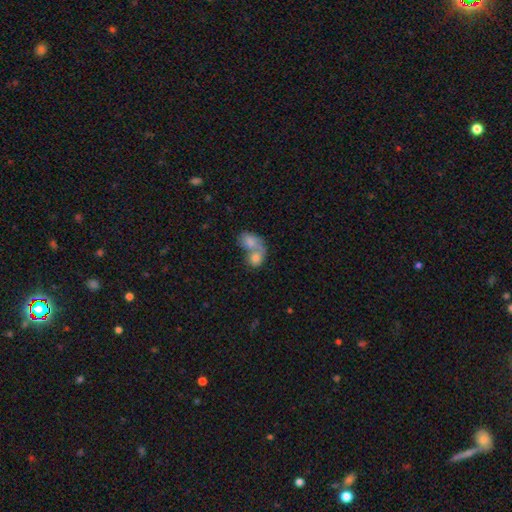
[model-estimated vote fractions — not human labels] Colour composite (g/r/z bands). It shows a smooth galaxy with no disk features (75%) that is in between round and cigar-shaped (62%). Merging: merger (76%).